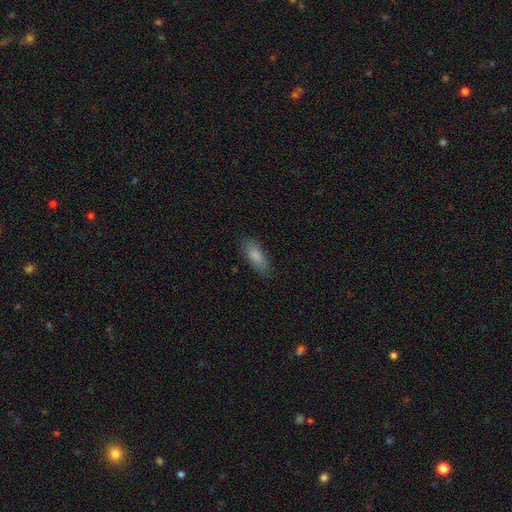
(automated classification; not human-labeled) The model was most divided on "merging": none: 79%, minor disturbance: 16%, major disturbance: 4%, merger: 1%. More confident: smooth or featured — smooth (83%); how rounded — in between (81%).